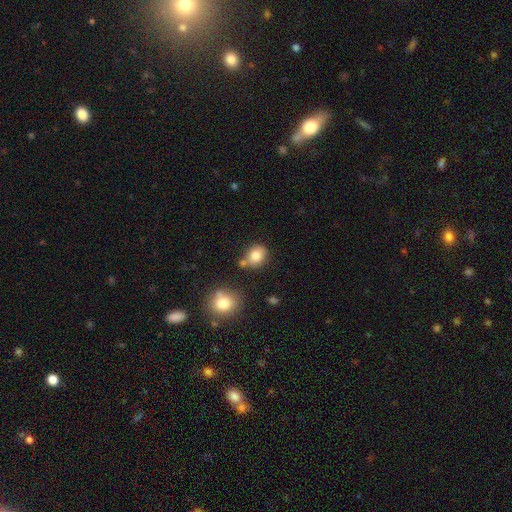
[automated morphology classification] Smooth or featured?
  - smooth: 82% *
  - star or artifact: 10%
  - featured or disk: 8%
How rounded?
  - round: 62% *
  - in between: 37%
  - cigar-shaped: 1%
Merging?
  - none: 66% *
  - minor disturbance: 15%
  - merger: 15%
  - major disturbance: 4%